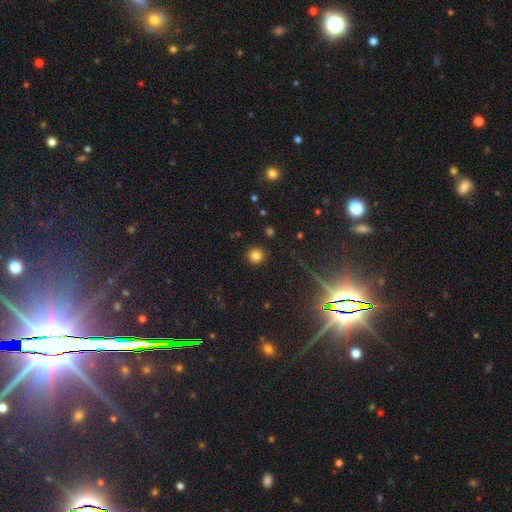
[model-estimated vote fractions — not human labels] This is likely a smooth galaxy (80%). How rounded: clearly round (94%). Merging: clearly none (92%).